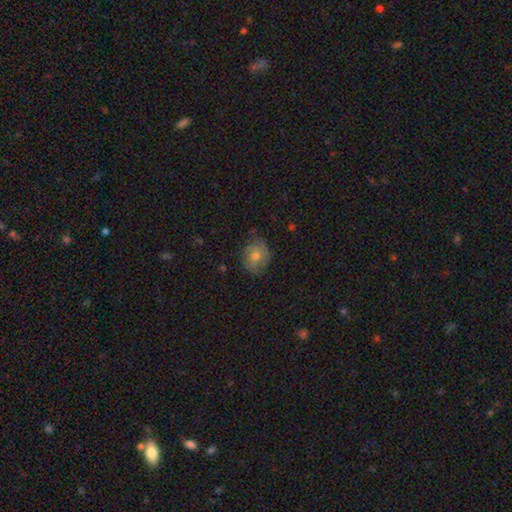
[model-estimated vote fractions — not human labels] smooth_or_featured: smooth (p=0.62) [alt: featured or disk p=0.27]
how_rounded: round (p=0.63) [alt: in between p=0.36]
merging: none (p=0.73) [alt: minor disturbance p=0.21]